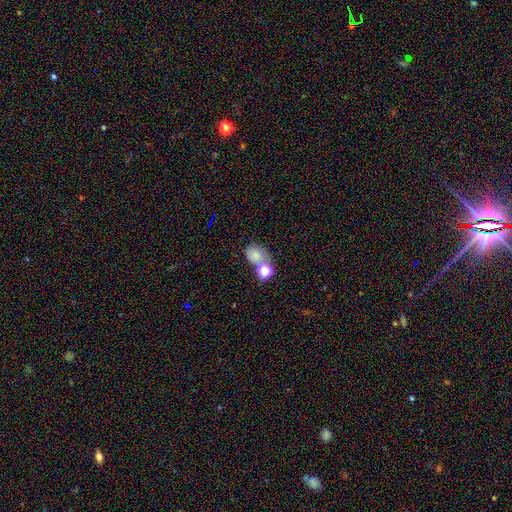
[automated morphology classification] Q: Smooth or featured?
A: smooth (72%); runner-up: featured or disk (14%)
Q: How rounded?
A: round (50%); runner-up: in between (49%)
Q: Merging?
A: merger (42%); runner-up: none (38%)